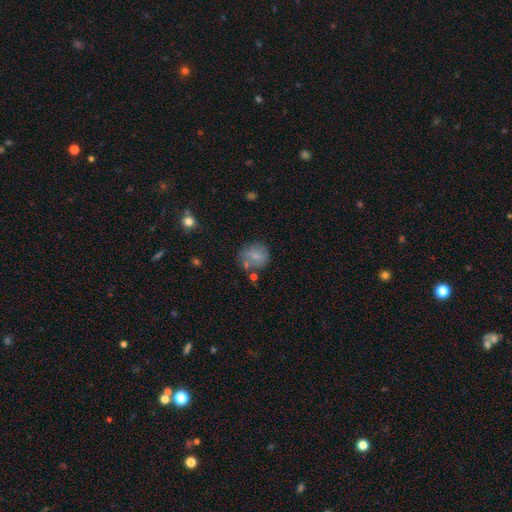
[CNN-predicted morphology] Overall: smooth (74%). How rounded: round (79%). Merging: none (61%).